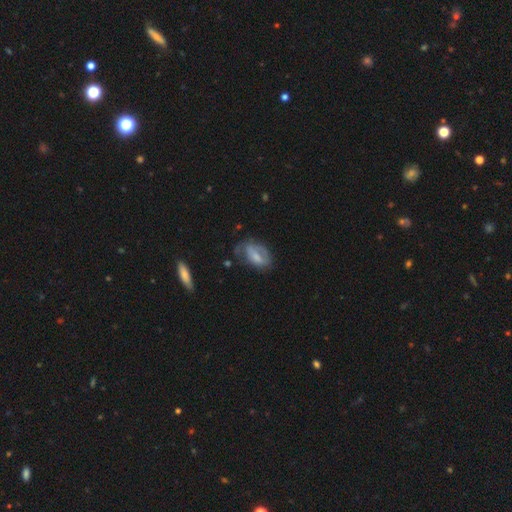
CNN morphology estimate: Smooth or featured?
  - smooth: 50% *
  - featured or disk: 42%
  - star or artifact: 8%
How rounded?
  - in between: 87% *
  - round: 9%
  - cigar-shaped: 4%
Merging?
  - none: 41% *
  - minor disturbance: 32%
  - major disturbance: 25%
  - merger: 3%